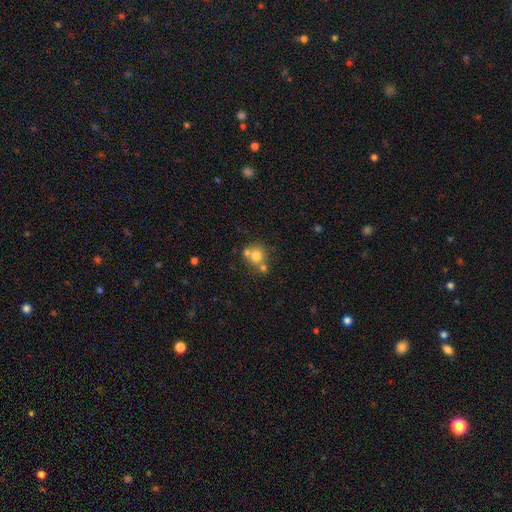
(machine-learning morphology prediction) A smooth galaxy with no disk features (71%) that is round (86%). Merging: none (49%).